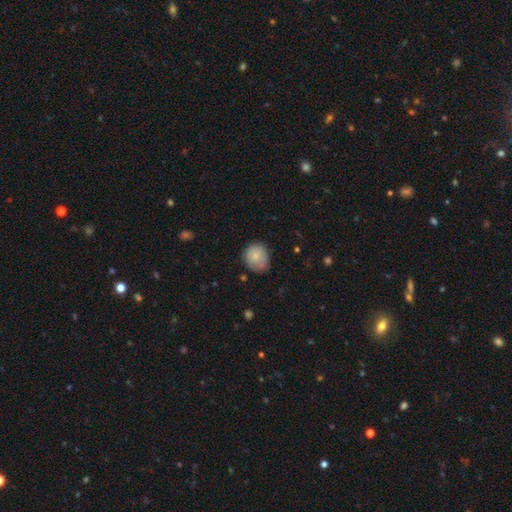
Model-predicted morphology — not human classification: This is likely a smooth galaxy (79%). How rounded: likely round (78%). Merging: likely none (67%).